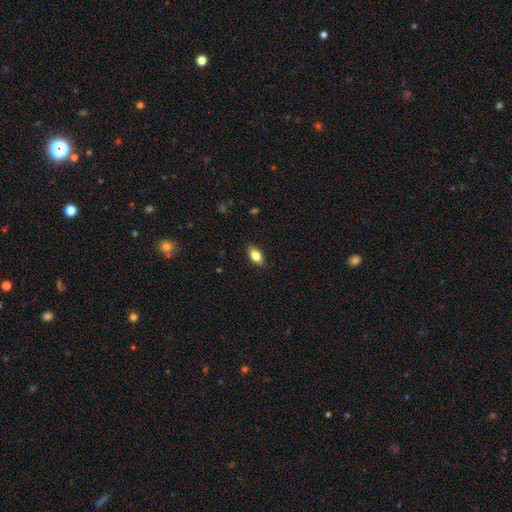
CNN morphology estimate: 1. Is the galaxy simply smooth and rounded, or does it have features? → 79% smooth, 13% featured or disk, 8% star or artifact.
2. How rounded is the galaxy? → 87% in between, 7% cigar-shaped, 6% round.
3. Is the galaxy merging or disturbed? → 87% none, 10% minor disturbance, 2% major disturbance, 1% merger.